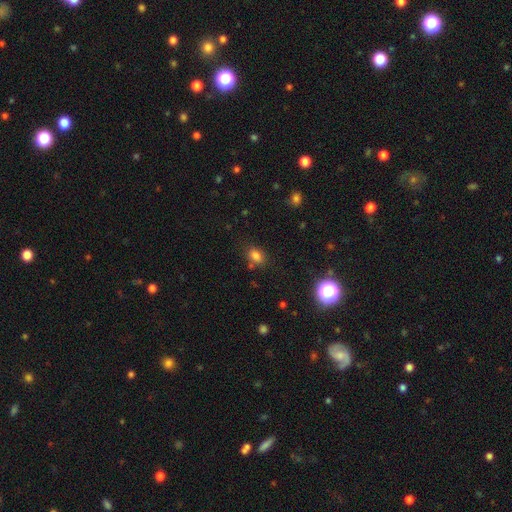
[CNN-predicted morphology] smooth 80%, star or artifact 15%, featured or disk 6%. Down the decision tree: how rounded — in between (74%); merging — none (75%).